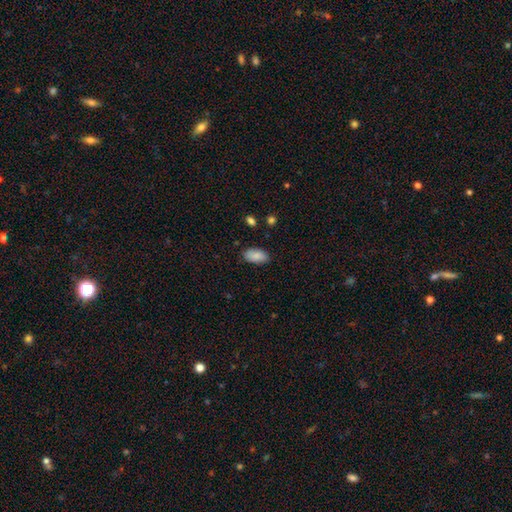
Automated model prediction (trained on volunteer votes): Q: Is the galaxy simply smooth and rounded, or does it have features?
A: smooth — 88%.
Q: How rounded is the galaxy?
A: in between — 94%.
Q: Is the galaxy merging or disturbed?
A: none — 84%.